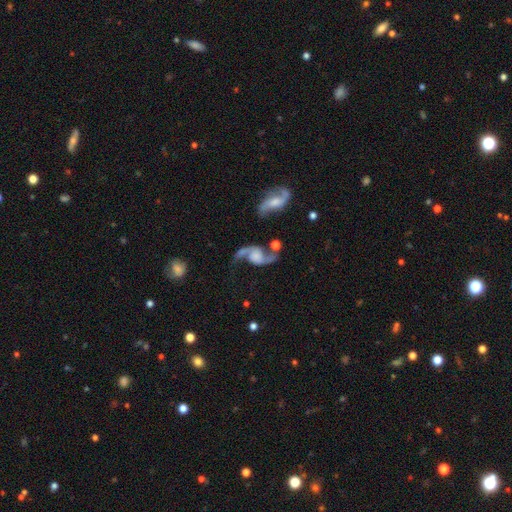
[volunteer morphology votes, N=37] Smooth or featured: featured or disk — 97% (smooth — 3%)
Edge-on disk: no — 100%
Bar: no — 56% (weak — 28%)
Spiral arms: yes — 97% (no — 3%)
Spiral winding: loose — 77% (medium — 20%)
Spiral arm count: 2 — 94% (1 — 6%)
Bulge size: none — 44% (large — 36%)
Merging: none — 70% (minor disturbance — 22%)